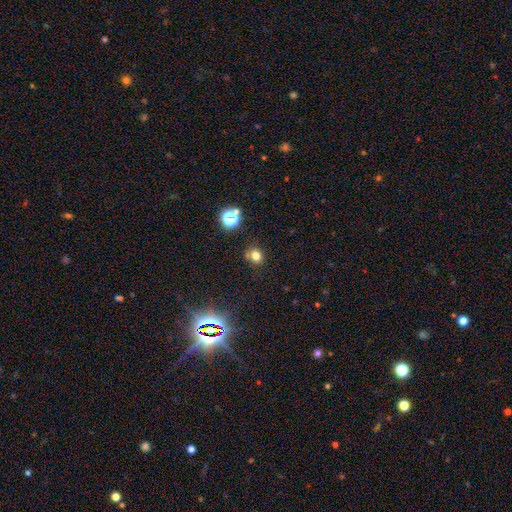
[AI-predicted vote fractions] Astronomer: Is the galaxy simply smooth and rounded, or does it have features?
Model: smooth — 71%.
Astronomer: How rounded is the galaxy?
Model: round — 69%.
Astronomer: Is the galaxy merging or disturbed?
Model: none — 73%.